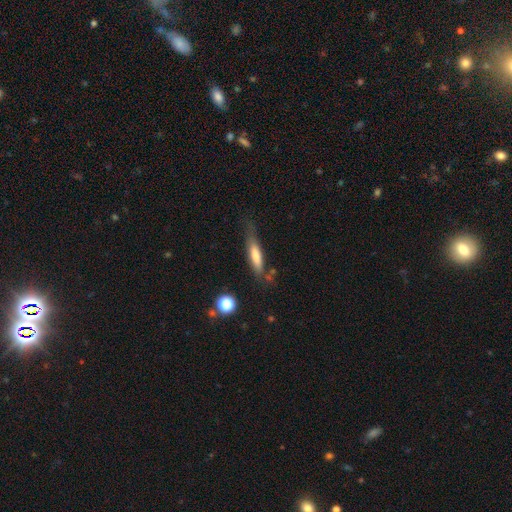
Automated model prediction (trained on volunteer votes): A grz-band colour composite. It shows a smooth galaxy with no disk features (63%) that is cigar-shaped (75%). Merging: none (62%).